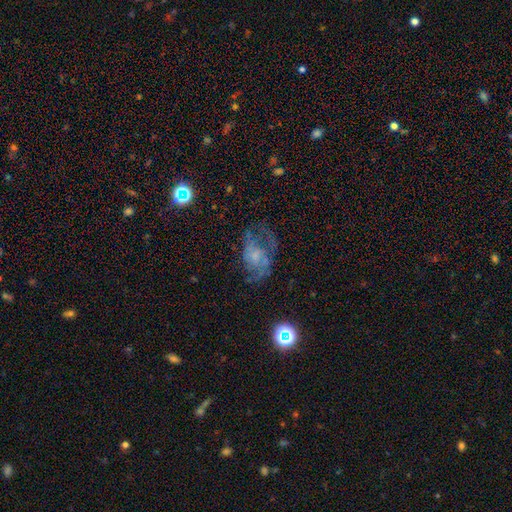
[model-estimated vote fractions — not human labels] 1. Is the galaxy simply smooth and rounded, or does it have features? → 58% featured or disk, 26% smooth, 15% star or artifact.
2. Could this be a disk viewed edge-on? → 97% no, 3% yes.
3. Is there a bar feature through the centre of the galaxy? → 77% no, 20% weak, 3% strong.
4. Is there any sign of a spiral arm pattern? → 61% yes, 39% no.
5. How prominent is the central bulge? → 37% none, 33% small, 22% moderate, 7% large, 2% dominant.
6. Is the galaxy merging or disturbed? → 46% none, 30% major disturbance, 21% minor disturbance, 3% merger.